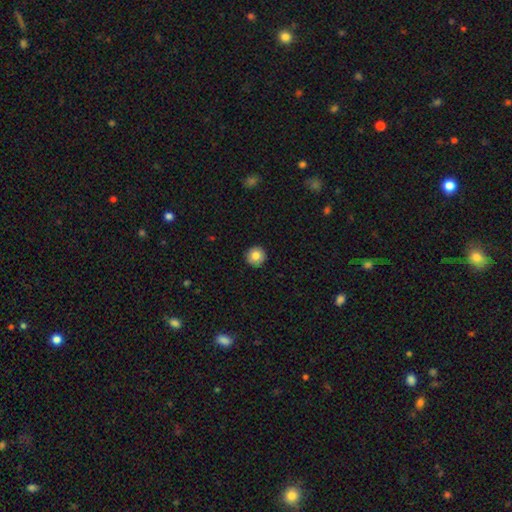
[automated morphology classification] Overall: smooth (83%). How rounded: round (96%). Merging: none (92%).